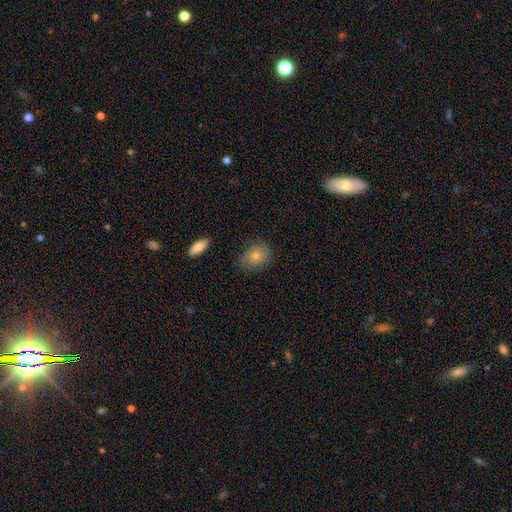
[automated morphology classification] smooth 63%, featured or disk 24%, star or artifact 13%. Down the decision tree: how rounded — in between (57%); merging — none (77%).